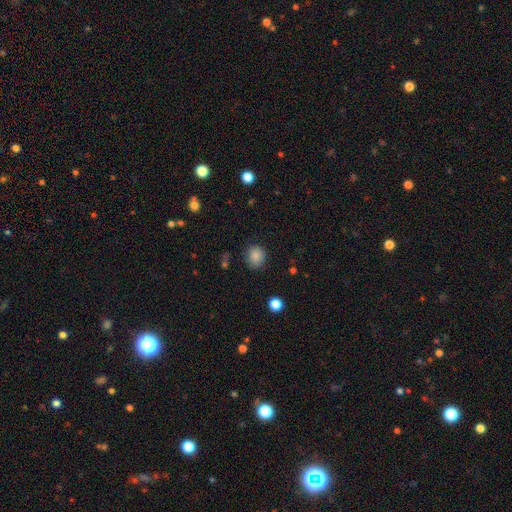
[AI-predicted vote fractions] Smooth or featured: smooth — 84% (star or artifact — 11%)
How rounded: round — 73% (in between — 26%)
Merging: none — 81% (minor disturbance — 13%)